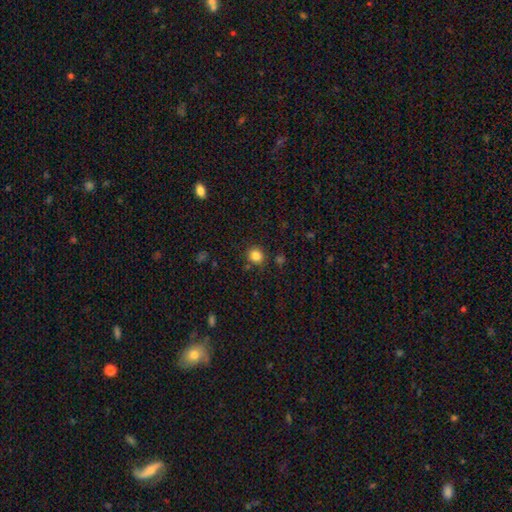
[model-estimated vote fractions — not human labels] smooth_or_featured: smooth (p=0.84) [alt: star or artifact p=0.12]
how_rounded: round (p=0.82) [alt: in between p=0.17]
merging: none (p=0.84) [alt: minor disturbance p=0.10]